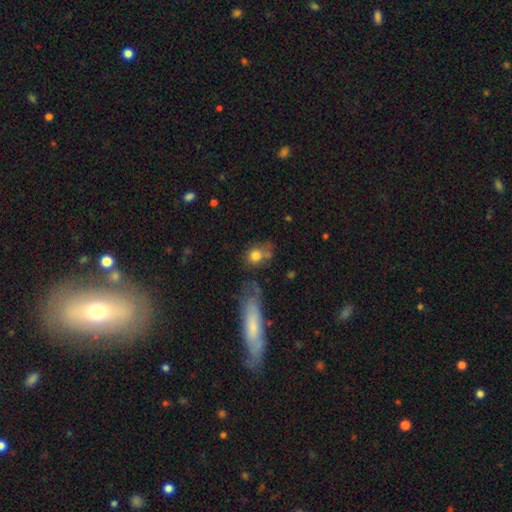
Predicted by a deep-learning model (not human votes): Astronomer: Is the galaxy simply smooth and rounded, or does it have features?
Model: smooth — 76%.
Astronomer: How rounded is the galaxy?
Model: round — 63%.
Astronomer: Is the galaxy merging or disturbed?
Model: none — 46% (runner-up: minor disturbance, 21%).